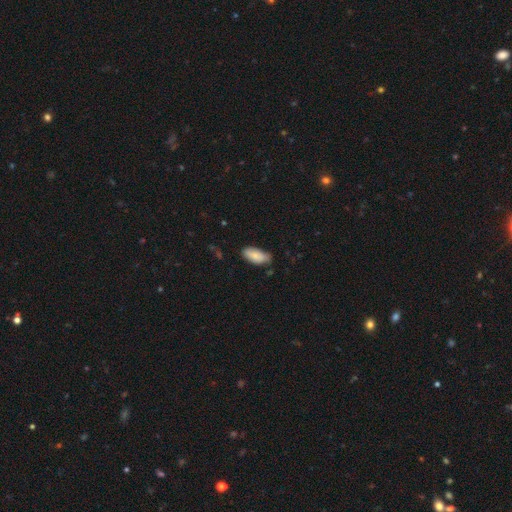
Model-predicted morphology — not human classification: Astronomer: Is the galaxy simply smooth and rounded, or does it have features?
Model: smooth — 84%.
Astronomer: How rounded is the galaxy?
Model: in between — 90%.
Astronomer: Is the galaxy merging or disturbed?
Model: none — 67%.